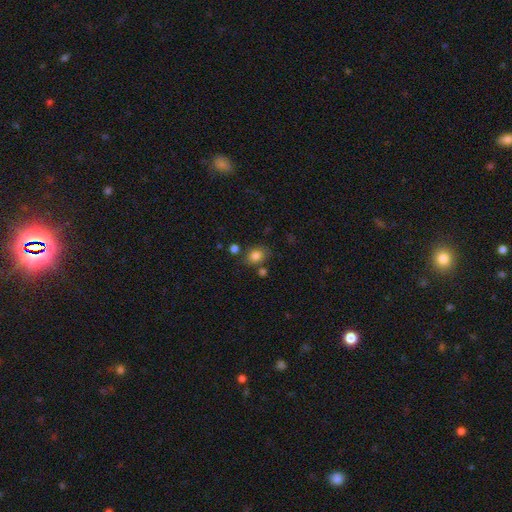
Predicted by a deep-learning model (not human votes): A smooth galaxy with no disk features (82%) that is in between round and cigar-shaped (52%). Merging: none (72%).